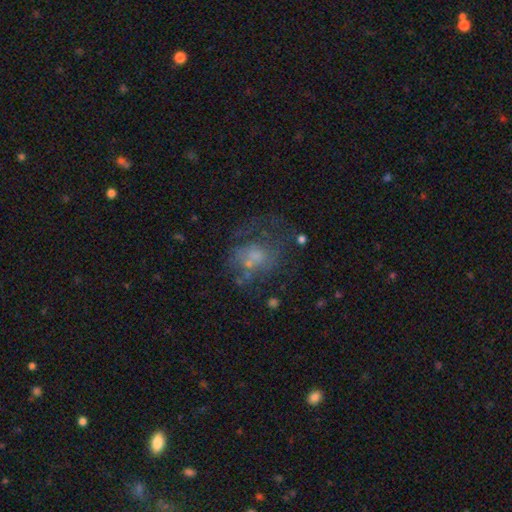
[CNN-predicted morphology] Q: Smooth or featured?
A: featured or disk (44%); runner-up: smooth (41%)
Q: Merging?
A: major disturbance (37%); runner-up: none (34%)